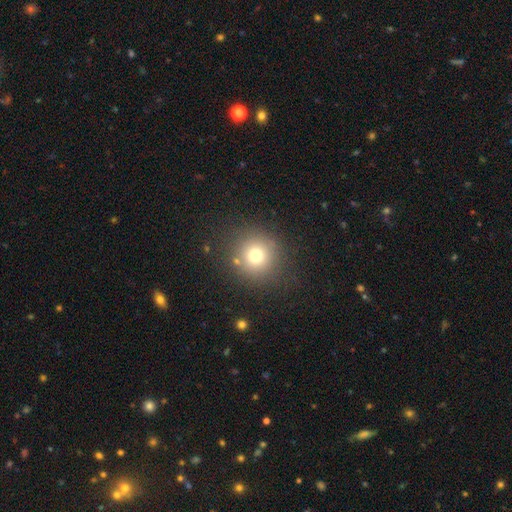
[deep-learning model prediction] Smooth or featured: smooth — 73% (star or artifact — 16%)
How rounded: round — 93% (in between — 6%)
Merging: none — 84% (minor disturbance — 8%)